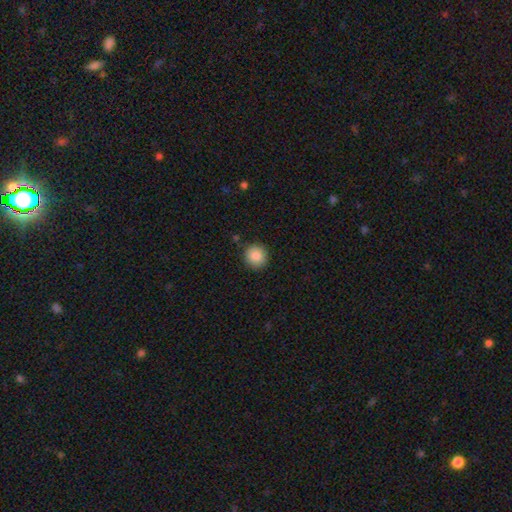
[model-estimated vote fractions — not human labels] Smooth or featured?
  - smooth: 88% *
  - star or artifact: 8%
  - featured or disk: 4%
How rounded?
  - round: 91% *
  - in between: 8%
  - cigar-shaped: 1%
Merging?
  - none: 89% *
  - minor disturbance: 8%
  - major disturbance: 2%
  - merger: 2%